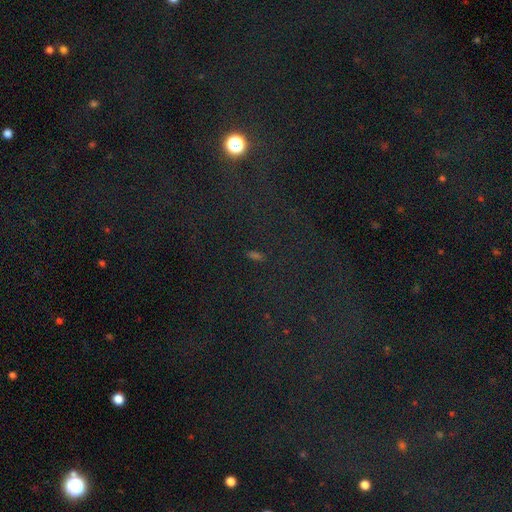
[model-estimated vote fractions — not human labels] Morphology: type=star or artifact (59%).